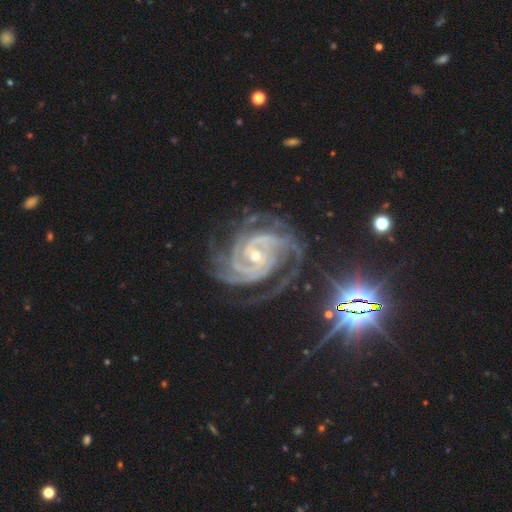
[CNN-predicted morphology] Smooth or featured? Predicted: featured or disk (p=0.92). Edge-on disk? Predicted: no (p=0.98). Bar? Predicted: no (p=0.45). Spiral arms? Predicted: yes (p=0.99). Spiral winding? Predicted: tight (p=0.67). Spiral arm count? Predicted: 3 (p=0.32). Bulge size? Predicted: small (p=0.62). Merging? Predicted: none (p=0.68).